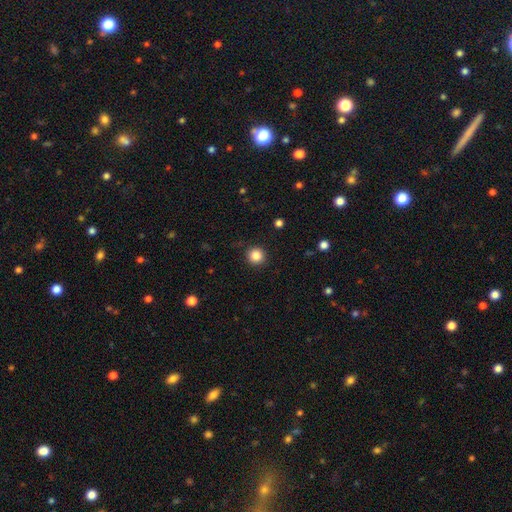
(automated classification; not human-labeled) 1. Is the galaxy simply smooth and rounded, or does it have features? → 85% smooth, 11% star or artifact, 4% featured or disk.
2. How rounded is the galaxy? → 94% round, 5% in between, 1% cigar-shaped.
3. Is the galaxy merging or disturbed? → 91% none, 6% minor disturbance, 2% major disturbance, 1% merger.